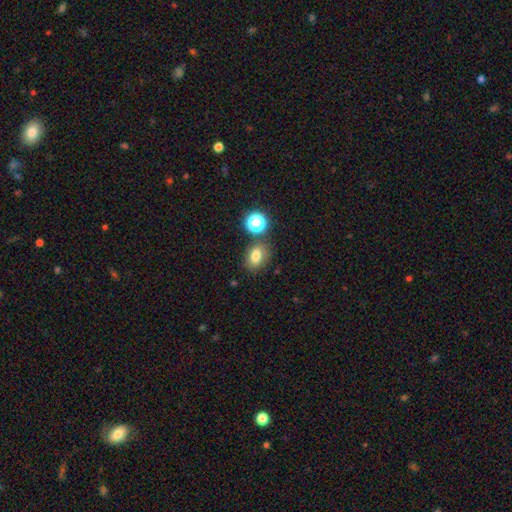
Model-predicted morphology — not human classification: smooth-or-featured: smooth: 77% | star or artifact: 15% | featured or disk: 9%
  how-rounded: in between: 63% | round: 36% | cigar-shaped: 1%
  merging: none: 75% | minor disturbance: 13% | merger: 8% | major disturbance: 4%